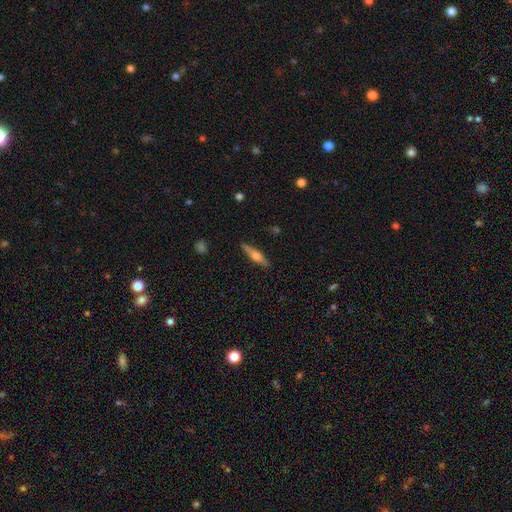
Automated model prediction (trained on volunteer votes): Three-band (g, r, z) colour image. It shows a featured or disk galaxy (52%) viewed edge-on (95%). Merging: none (88%).